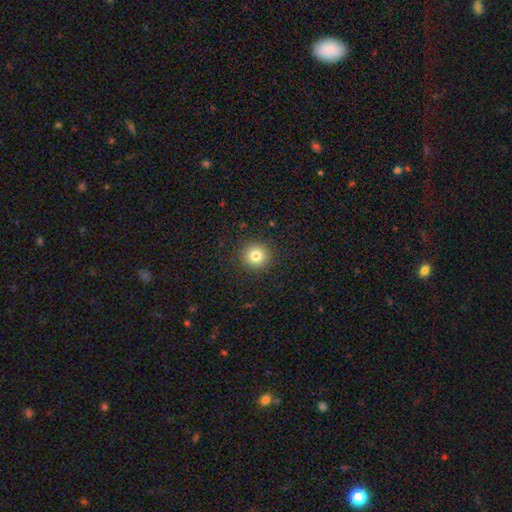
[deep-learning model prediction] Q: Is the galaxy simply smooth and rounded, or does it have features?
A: smooth — 81%.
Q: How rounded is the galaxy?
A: round — 94%.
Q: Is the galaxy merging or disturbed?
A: none — 91%.